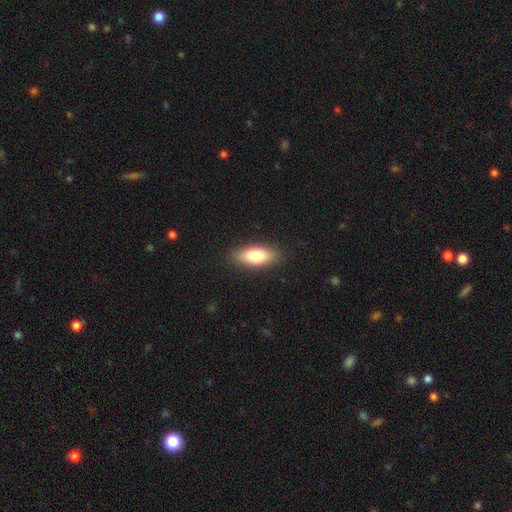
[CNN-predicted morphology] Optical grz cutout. It shows a smooth galaxy with no disk features (78%) that is in between round and cigar-shaped (76%). Merging: none (88%).